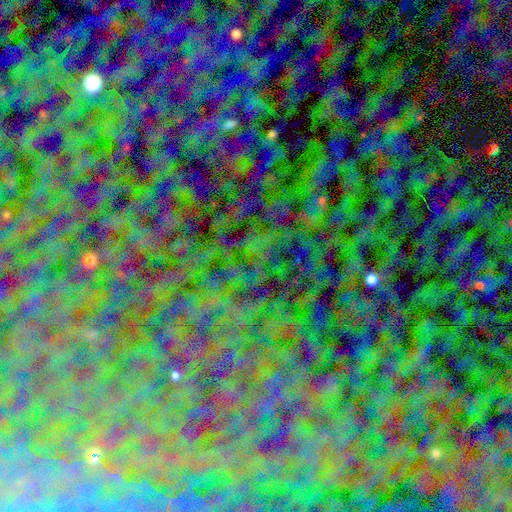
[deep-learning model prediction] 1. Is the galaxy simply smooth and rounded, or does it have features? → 83% star or artifact, 9% smooth, 8% featured or disk.